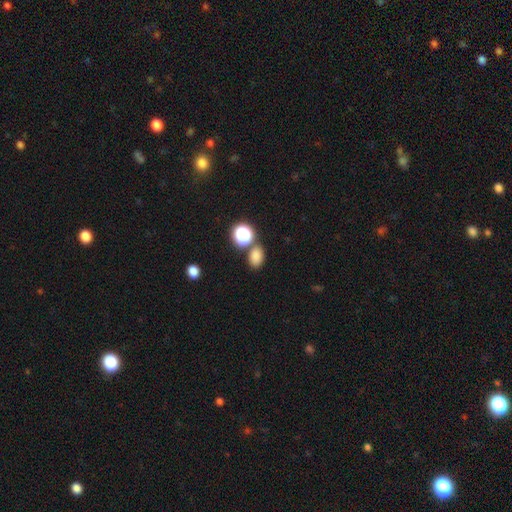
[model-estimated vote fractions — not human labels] Smooth or featured: smooth — 80% (star or artifact — 15%)
How rounded: in between — 72% (round — 27%)
Merging: none — 74% (merger — 12%)